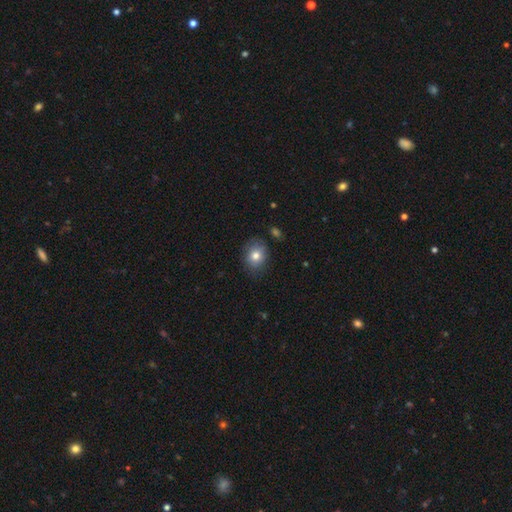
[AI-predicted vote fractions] smooth 78%, featured or disk 12%, star or artifact 9%. Down the decision tree: how rounded — round (52%); merging — none (78%).